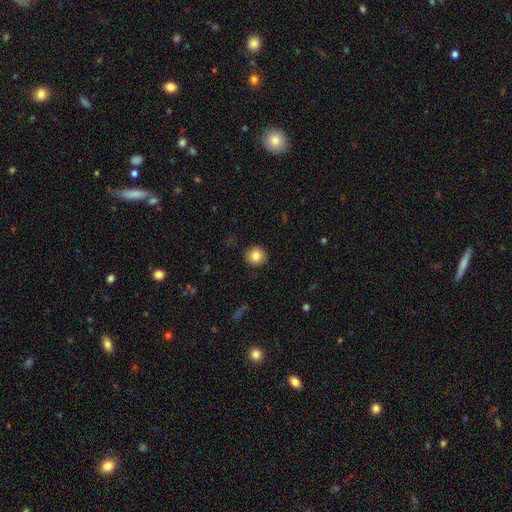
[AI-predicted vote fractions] Smooth or featured?
  - smooth: 84% *
  - star or artifact: 9%
  - featured or disk: 6%
How rounded?
  - round: 90% *
  - in between: 9%
  - cigar-shaped: 1%
Merging?
  - none: 90% *
  - minor disturbance: 7%
  - major disturbance: 2%
  - merger: 1%